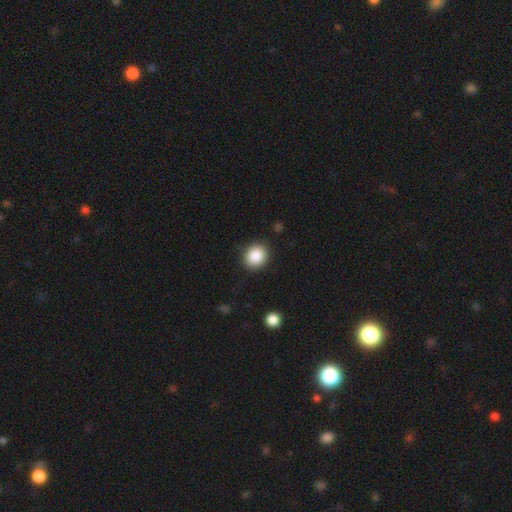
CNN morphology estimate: Smooth or featured: smooth — 88% (star or artifact — 8%)
How rounded: round — 69% (in between — 30%)
Merging: none — 89% (minor disturbance — 8%)